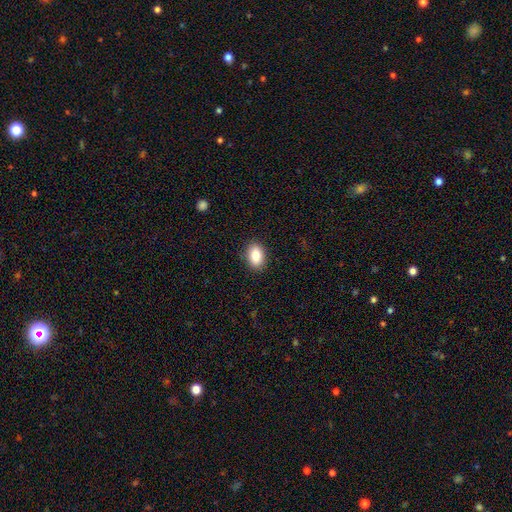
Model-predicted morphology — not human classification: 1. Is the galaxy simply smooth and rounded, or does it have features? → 85% smooth, 8% star or artifact, 7% featured or disk.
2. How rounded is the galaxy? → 82% in between, 17% round, 1% cigar-shaped.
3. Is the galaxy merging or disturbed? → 89% none, 8% minor disturbance, 2% major disturbance, 1% merger.